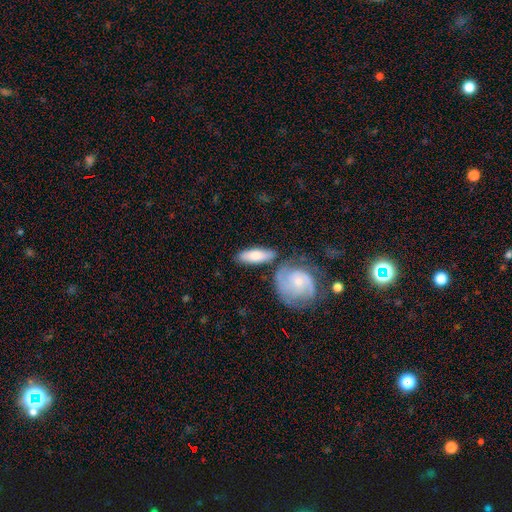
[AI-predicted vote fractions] smooth-or-featured: smooth: 70% | featured or disk: 25% | star or artifact: 5%
  how-rounded: in between: 59% | cigar-shaped: 37% | round: 3%
  merging: none: 67% | minor disturbance: 15% | merger: 14% | major disturbance: 5%